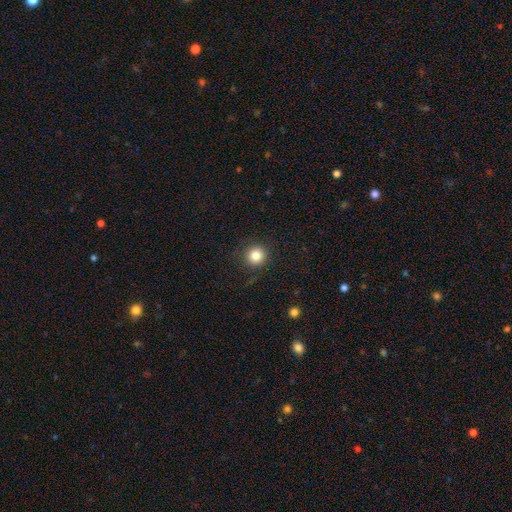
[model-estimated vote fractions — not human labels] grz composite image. It shows a smooth galaxy with no disk features (83%) that is round (93%). Merging: none (90%).